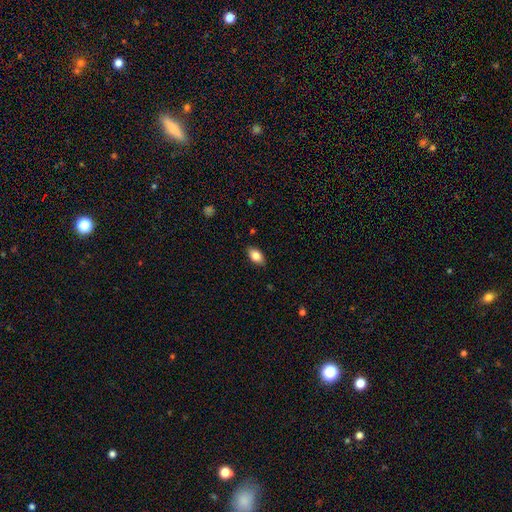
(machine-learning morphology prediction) A smooth galaxy with no disk features (85%) that is in between round and cigar-shaped (90%). Merging: none (86%).